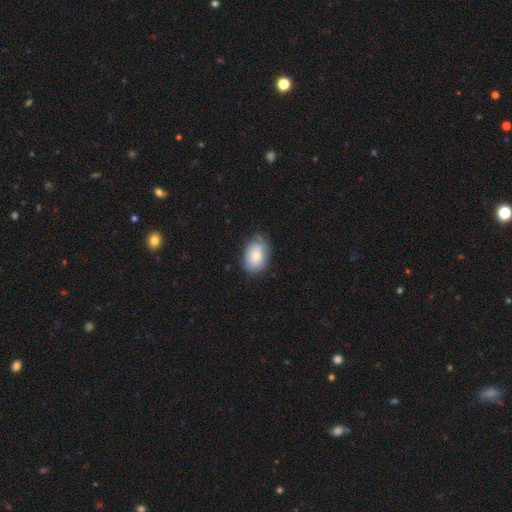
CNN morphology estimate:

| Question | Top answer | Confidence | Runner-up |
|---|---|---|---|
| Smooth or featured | smooth | 77% | featured or disk (16%) |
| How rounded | in between | 86% | round (13%) |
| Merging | none | 71% | minor disturbance (23%) |